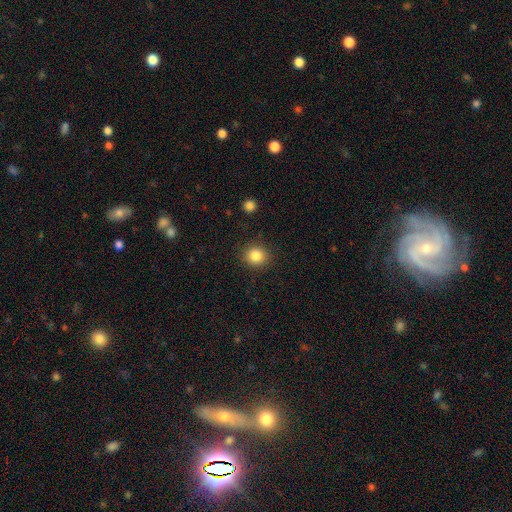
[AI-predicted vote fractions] Smooth or featured? Predicted: smooth (p=0.84). How rounded? Predicted: round (p=0.87). Merging? Predicted: none (p=0.89).